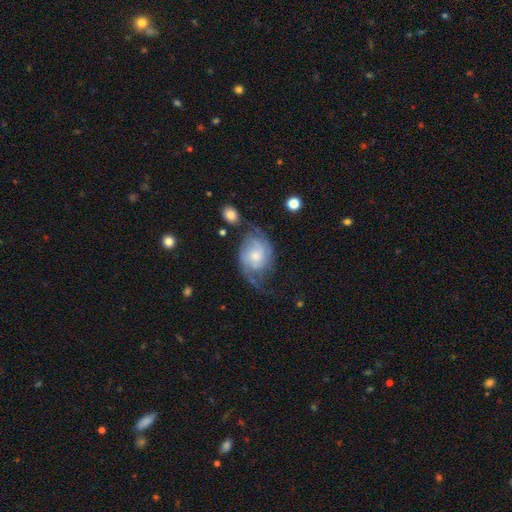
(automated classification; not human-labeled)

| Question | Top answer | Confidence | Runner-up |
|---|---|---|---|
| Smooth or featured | featured or disk | 79% | smooth (16%) |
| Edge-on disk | no | 97% | yes (3%) |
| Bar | no | 68% | weak (27%) |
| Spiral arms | yes | 94% | no (6%) |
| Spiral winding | medium | 44% | tight (28%) |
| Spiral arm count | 2 | 75% | can't tell (11%) |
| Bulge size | small | 47% | moderate (38%) |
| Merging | none | 50% | minor disturbance (23%) |